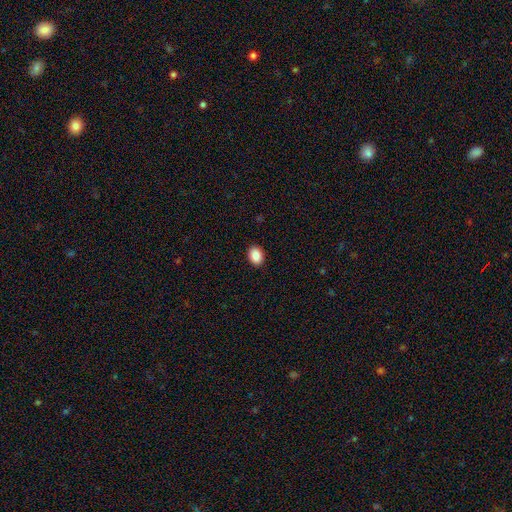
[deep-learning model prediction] The model was most divided on "how rounded": in between: 72%, round: 27%, cigar-shaped: 1%. More confident: merging — none (91%); smooth or featured — smooth (88%).